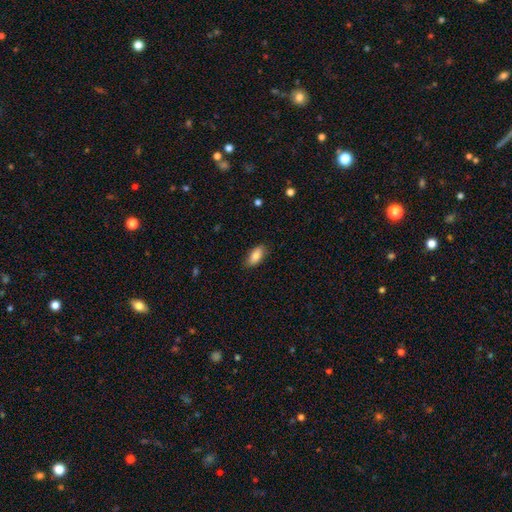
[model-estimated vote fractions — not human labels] The model was most divided on "merging": none: 84%, minor disturbance: 12%, major disturbance: 2%, merger: 1%. More confident: how rounded — in between (91%); smooth or featured — smooth (84%).